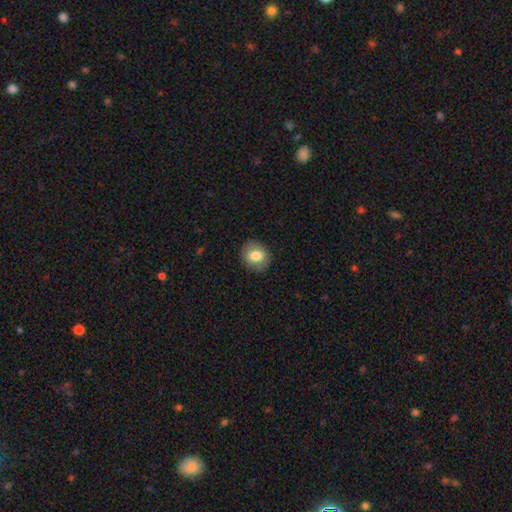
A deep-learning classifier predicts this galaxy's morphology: smooth-or-featured: smooth: 78% | featured or disk: 14% | star or artifact: 8%
  how-rounded: round: 64% | in between: 35% | cigar-shaped: 1%
  merging: none: 87% | minor disturbance: 9% | major disturbance: 3% | merger: 1%